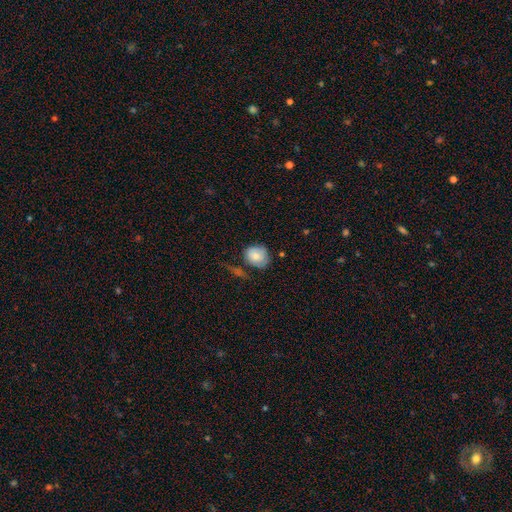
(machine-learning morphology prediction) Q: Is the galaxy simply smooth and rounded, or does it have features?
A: smooth — 79%.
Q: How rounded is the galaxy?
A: round — 67%.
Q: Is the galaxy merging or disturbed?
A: none — 59%.